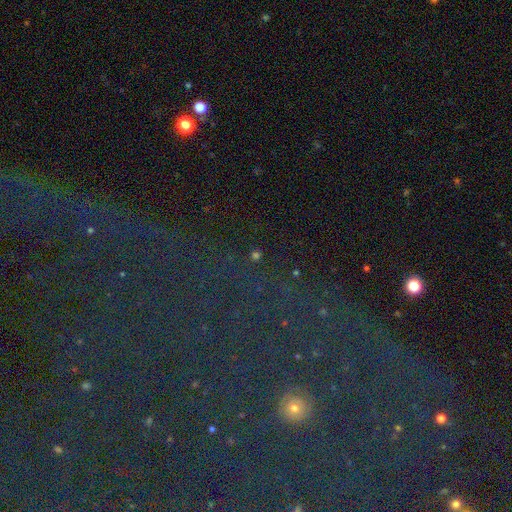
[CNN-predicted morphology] A star or artifact, not a galaxy (64%).